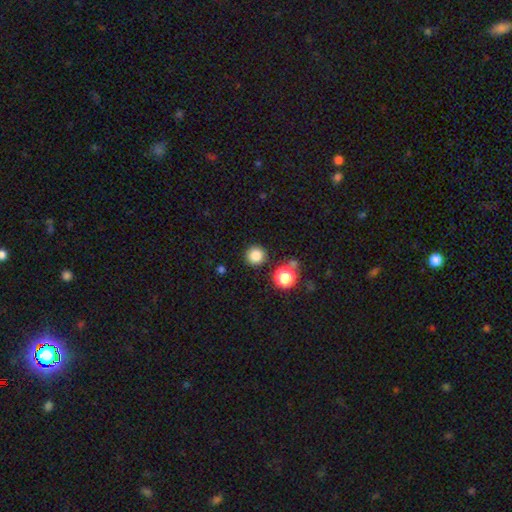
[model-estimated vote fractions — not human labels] smooth-or-featured: smooth: 82% | star or artifact: 13% | featured or disk: 5%
  how-rounded: round: 95% | in between: 4% | cigar-shaped: 1%
  merging: none: 88% | minor disturbance: 6% | merger: 4% | major disturbance: 2%